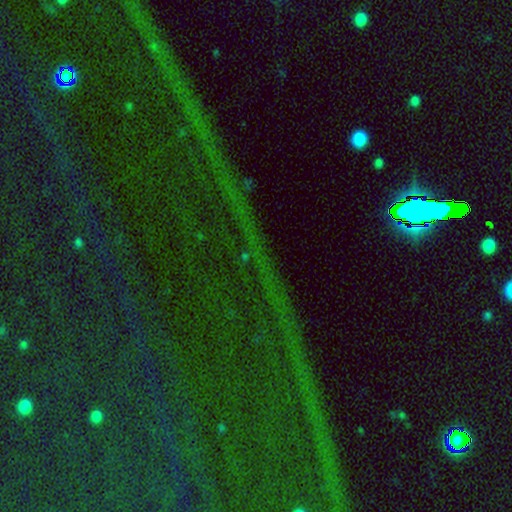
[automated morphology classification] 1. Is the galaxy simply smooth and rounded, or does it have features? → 81% star or artifact, 10% featured or disk, 9% smooth.